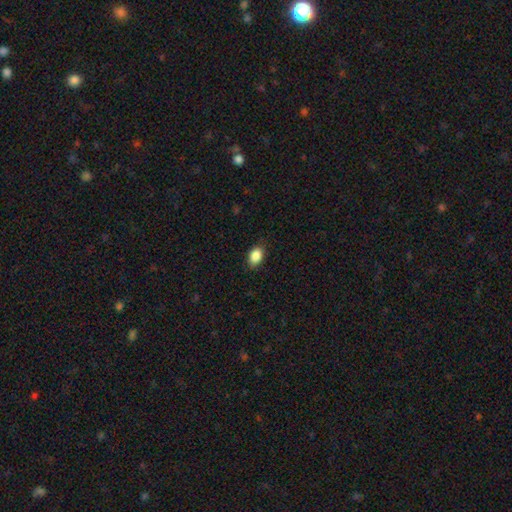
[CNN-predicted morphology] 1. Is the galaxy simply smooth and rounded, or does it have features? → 88% smooth, 8% star or artifact, 4% featured or disk.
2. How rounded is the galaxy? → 86% in between, 13% round, 2% cigar-shaped.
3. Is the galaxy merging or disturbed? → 85% none, 12% minor disturbance, 2% major disturbance, 1% merger.